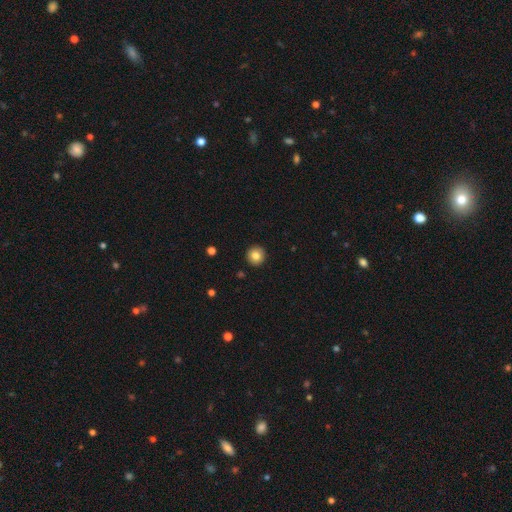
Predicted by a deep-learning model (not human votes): Overall: smooth (83%). How rounded: round (95%). Merging: none (92%).